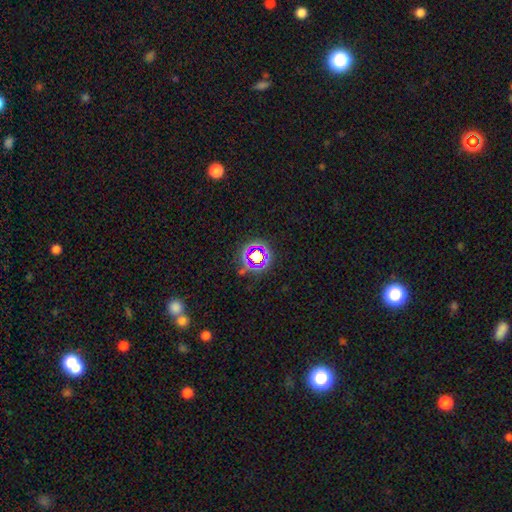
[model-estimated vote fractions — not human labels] Smooth or featured: star or artifact — 62% (smooth — 25%)